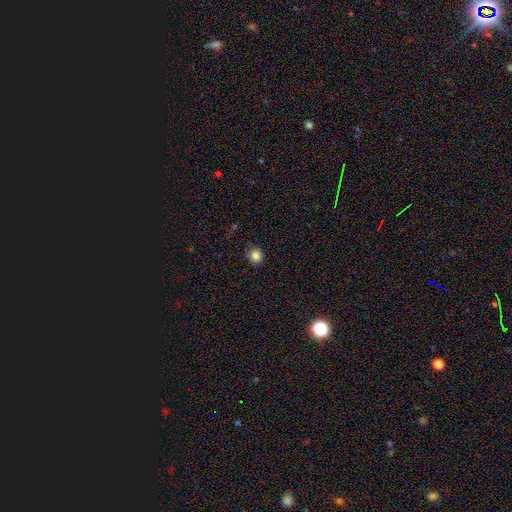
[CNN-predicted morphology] This appears to be a smooth galaxy with no disk features (84%) that is round (88%). Merging: none (86%).